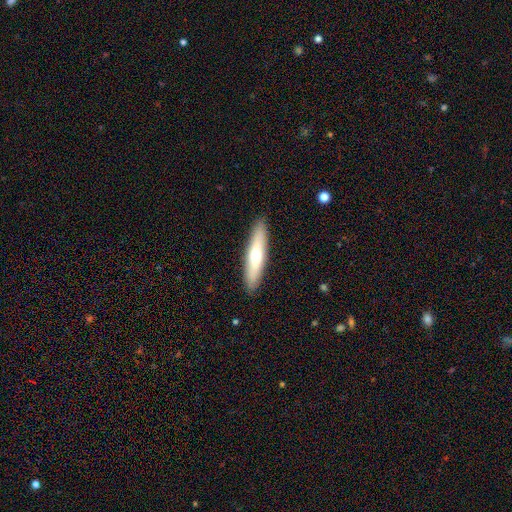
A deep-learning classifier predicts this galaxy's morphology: A smooth galaxy with no disk features (55%) that is cigar-shaped (80%). Merging: none (90%).